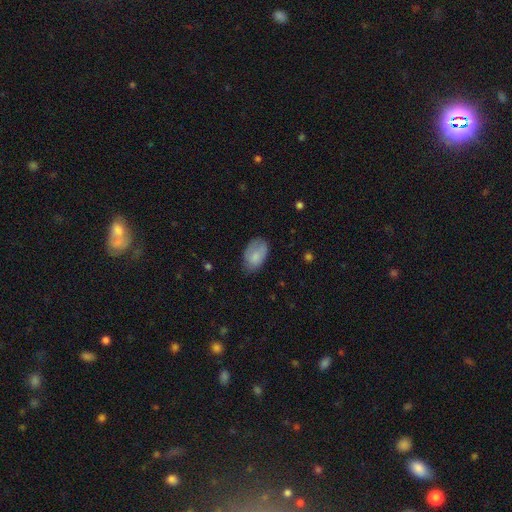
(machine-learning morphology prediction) Smooth or featured? Predicted: smooth (p=0.80). How rounded? Predicted: in between (p=0.91). Merging? Predicted: none (p=0.64).